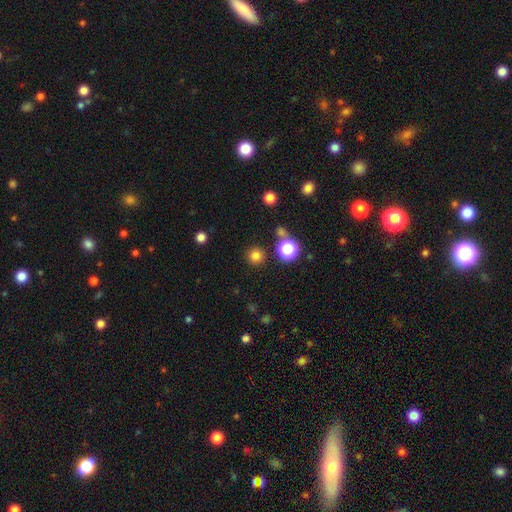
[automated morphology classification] The model was most divided on "smooth or featured": smooth: 79%, star or artifact: 16%, featured or disk: 4%. More confident: how rounded — round (96%); merging — none (88%).